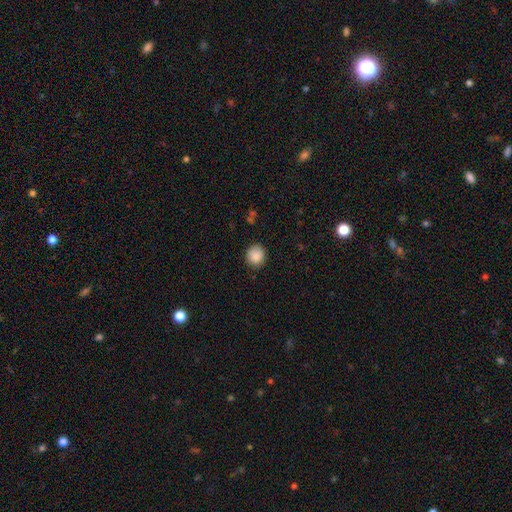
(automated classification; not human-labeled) smooth 88%, star or artifact 8%, featured or disk 3%. Down the decision tree: how rounded — round (84%); merging — none (87%).